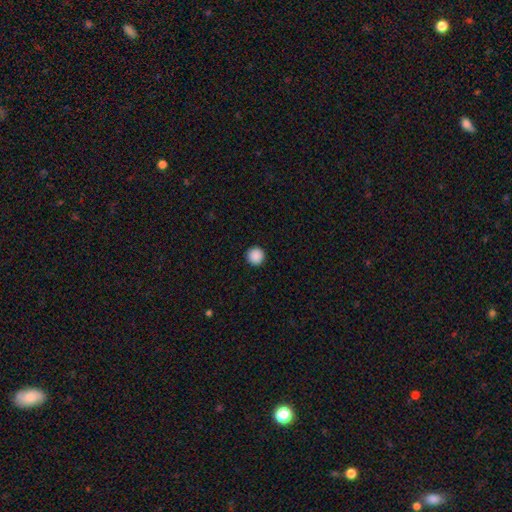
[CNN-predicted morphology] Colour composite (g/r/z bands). It shows a smooth galaxy with no disk features (89%) that is round (96%). Merging: none (94%).